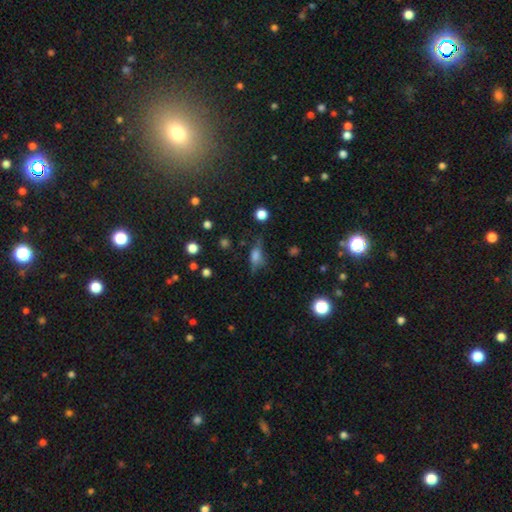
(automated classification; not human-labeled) Overall: smooth (60%; featured or disk 25%). How rounded: in between (70%). Merging: none (57%; minor disturbance 27%).